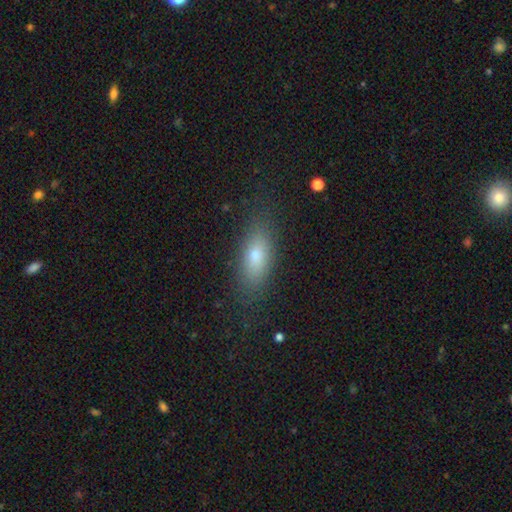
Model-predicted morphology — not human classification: smooth-or-featured: smooth: 72% | featured or disk: 18% | star or artifact: 10%
  how-rounded: in between: 70% | cigar-shaped: 25% | round: 5%
  merging: none: 83% | minor disturbance: 12% | major disturbance: 4% | merger: 1%